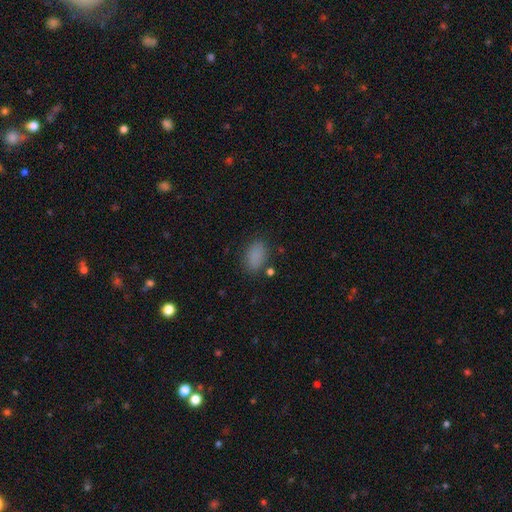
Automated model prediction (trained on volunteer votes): Morphology: type=smooth (85%); roundness=in between (90%); merging=none (83%).